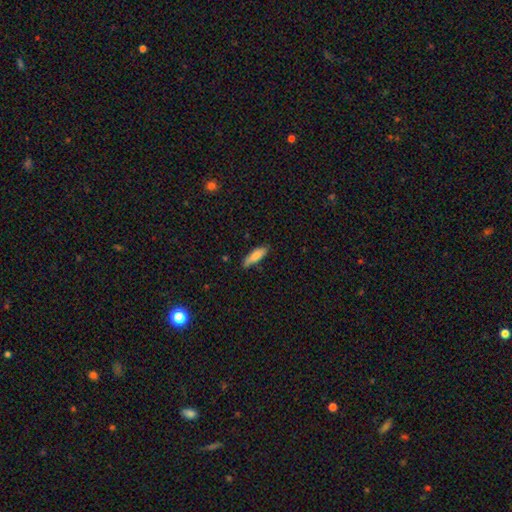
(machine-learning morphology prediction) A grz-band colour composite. It shows a smooth galaxy with no disk features (80%) that is cigar-shaped (62%). Merging: none (75%).